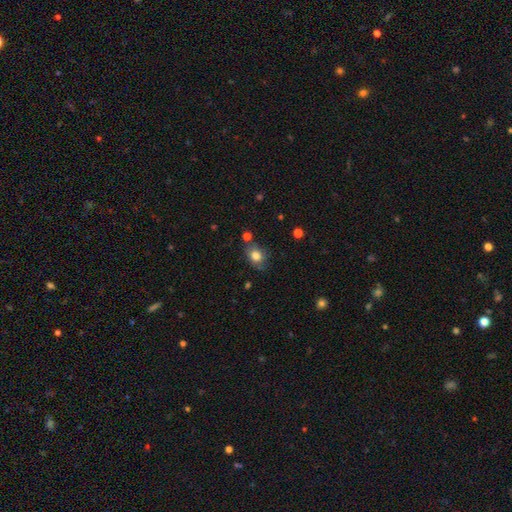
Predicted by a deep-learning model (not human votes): Morphology: type=smooth (81%); roundness=in between (52%); merging=none (66%).